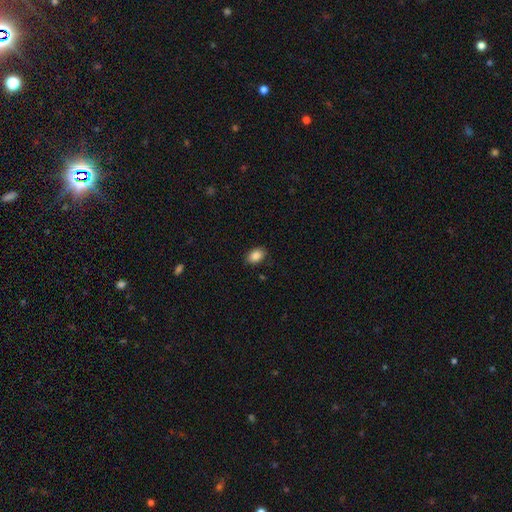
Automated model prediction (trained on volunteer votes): Smooth or featured?
  - smooth: 88% *
  - star or artifact: 8%
  - featured or disk: 4%
How rounded?
  - in between: 83% *
  - round: 16%
  - cigar-shaped: 1%
Merging?
  - none: 87% *
  - minor disturbance: 10%
  - major disturbance: 2%
  - merger: 1%